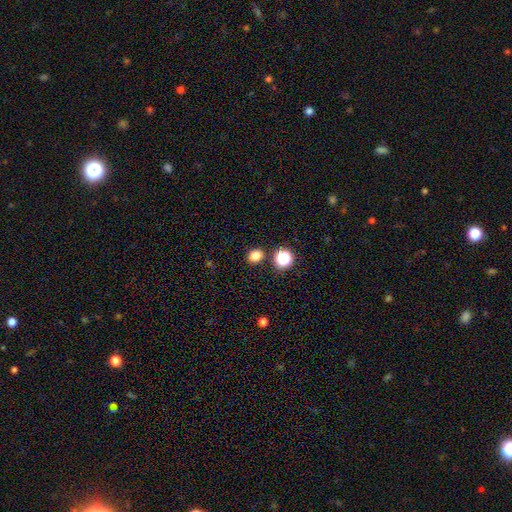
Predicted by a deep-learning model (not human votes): Overall: smooth (81%). How rounded: round (65%; in between 34%). Merging: none (84%).